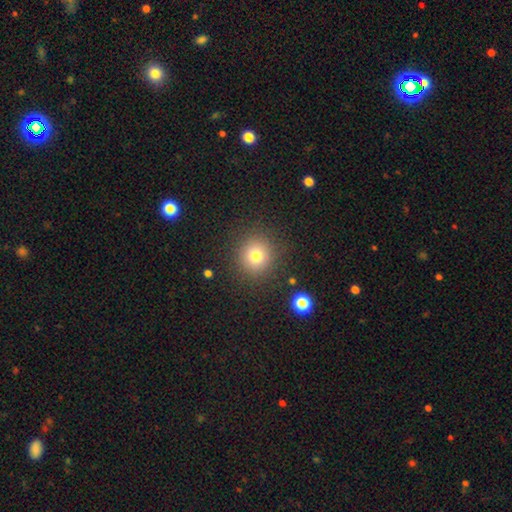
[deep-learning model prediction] A smooth galaxy with no disk features (76%) that is round (91%).

Vote fractions:
- Smooth or featured? smooth: 76% / star or artifact: 15% / featured or disk: 9%
- How rounded? round: 91% / in between: 8% / cigar-shaped: 1%
- Merging? none: 87% / minor disturbance: 7% / major disturbance: 3% / merger: 2%